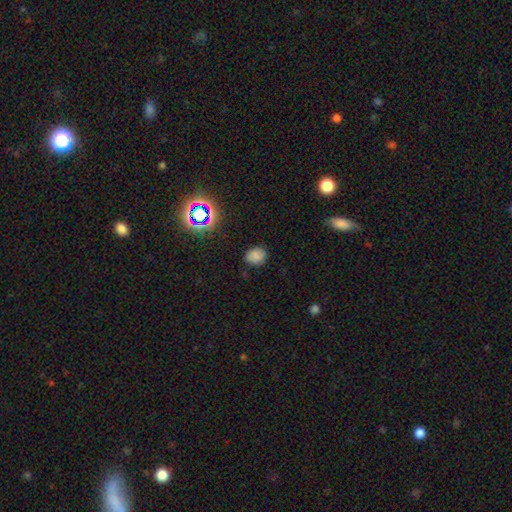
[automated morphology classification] smooth_or_featured: smooth (p=0.75) [alt: star or artifact p=0.18]
how_rounded: round (p=0.57) [alt: in between p=0.42]
merging: none (p=0.81) [alt: minor disturbance p=0.14]